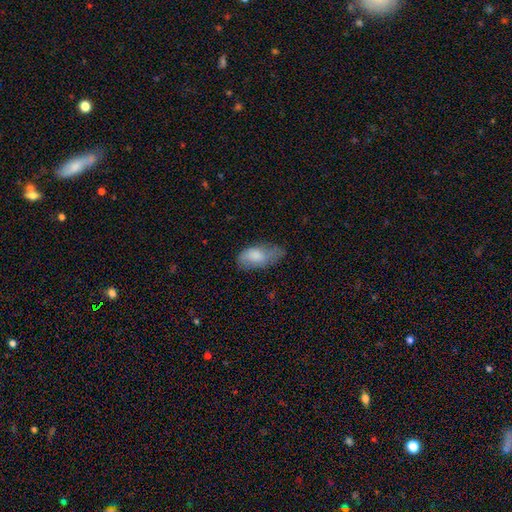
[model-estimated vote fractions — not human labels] Smooth or featured: smooth — 76% (featured or disk — 18%)
How rounded: in between — 92% (cigar-shaped — 5%)
Merging: none — 43% (minor disturbance — 39%)